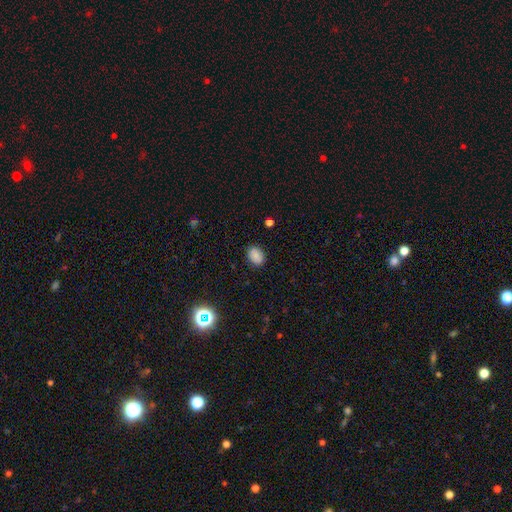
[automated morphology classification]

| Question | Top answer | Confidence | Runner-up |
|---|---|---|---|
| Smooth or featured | smooth | 85% | star or artifact (10%) |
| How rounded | in between | 66% | round (33%) |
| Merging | none | 86% | minor disturbance (10%) |